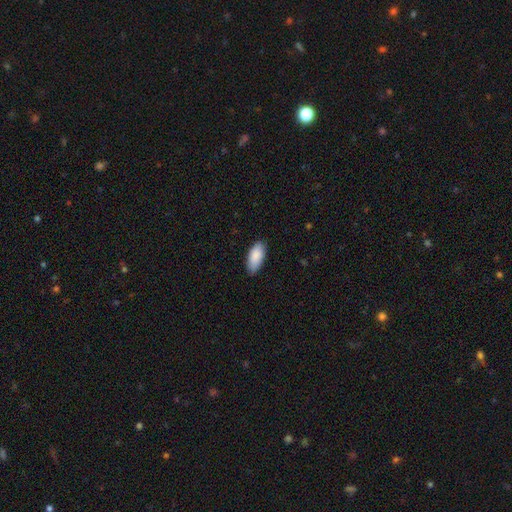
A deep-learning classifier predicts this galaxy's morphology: smooth_or_featured: smooth (p=0.88) [alt: featured or disk p=0.06]
how_rounded: in between (p=0.89) [alt: cigar-shaped p=0.09]
merging: none (p=0.82) [alt: minor disturbance p=0.15]